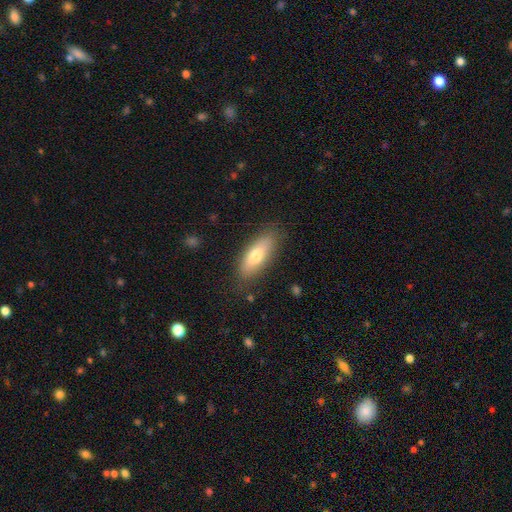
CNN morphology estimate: The model was most divided on "how rounded": in between: 67%, cigar-shaped: 30%, round: 2%. More confident: merging — none (83%); smooth or featured — smooth (70%).